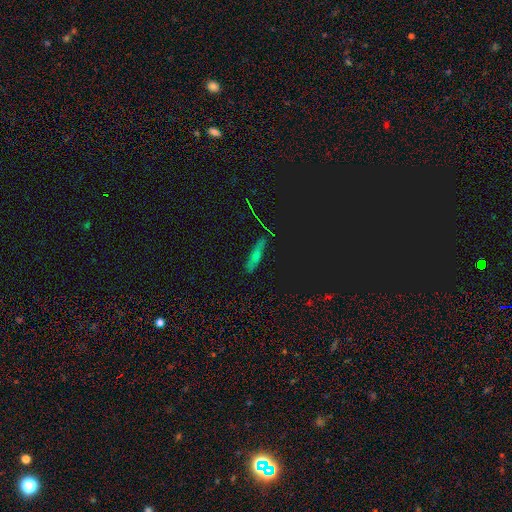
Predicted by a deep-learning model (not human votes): The model was most divided on "smooth or featured": smooth: 54%, star or artifact: 27%, featured or disk: 19%. More confident: merging — none (76%); how rounded — cigar-shaped (72%).